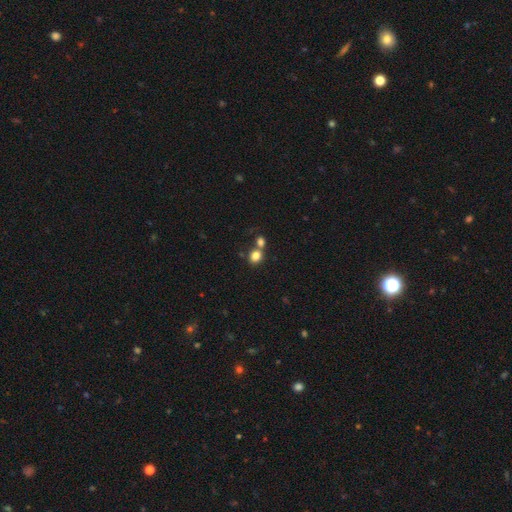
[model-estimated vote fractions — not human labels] This is clearly a smooth galaxy (81%). How rounded: likely round (75%). Merging: possibly none (52%).